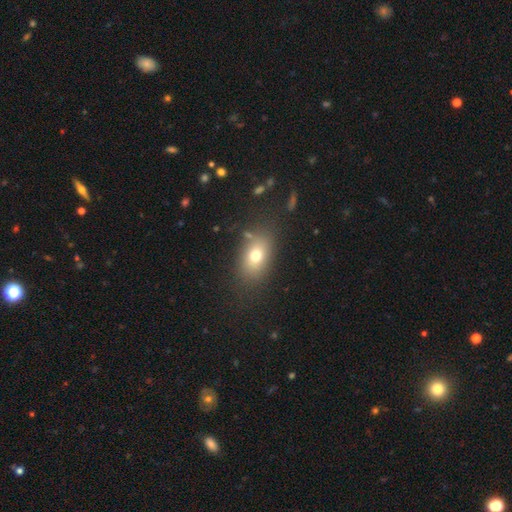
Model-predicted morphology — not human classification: Overall: smooth (73%). How rounded: in between (79%). Merging: none (79%).